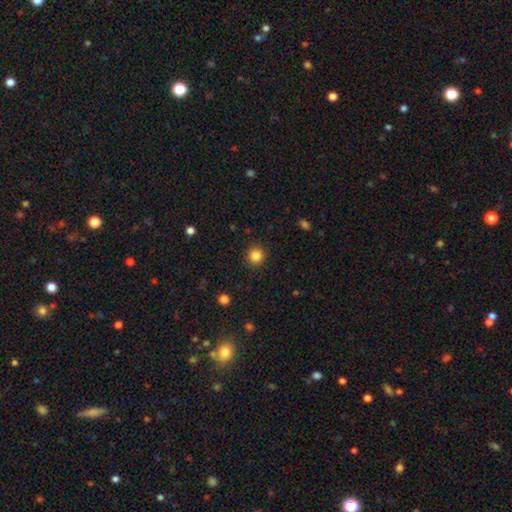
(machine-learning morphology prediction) smooth 84%, star or artifact 12%, featured or disk 5%. Down the decision tree: how rounded — round (94%); merging — none (91%).